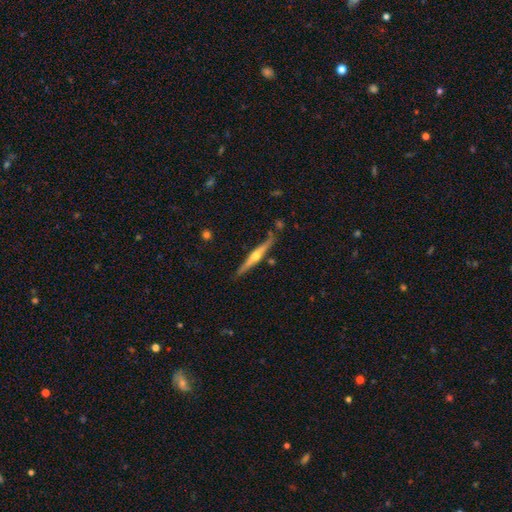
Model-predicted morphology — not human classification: featured or disk 75%, smooth 19%, star or artifact 5%. Down the decision tree: edge-on disk — yes (97%); edge-on bulge — rounded (92%); merging — none (83%).